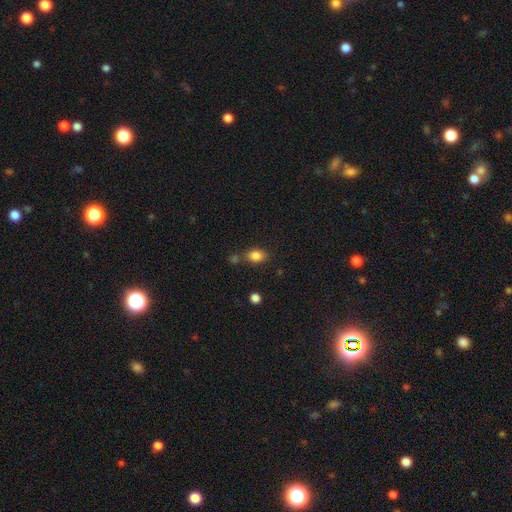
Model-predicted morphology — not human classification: smooth 83%, star or artifact 10%, featured or disk 7%. Down the decision tree: how rounded — in between (75%); merging — none (64%).